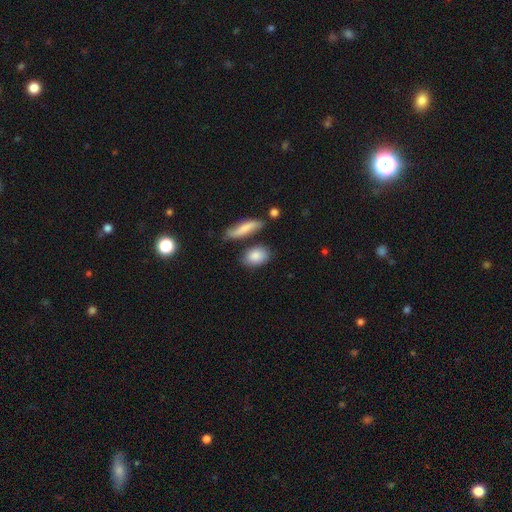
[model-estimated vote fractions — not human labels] A smooth galaxy with no disk features (84%) that is in between round and cigar-shaped (80%). Merging: none (69%).